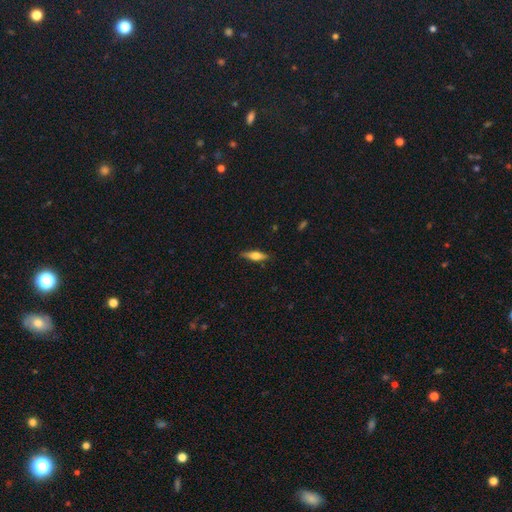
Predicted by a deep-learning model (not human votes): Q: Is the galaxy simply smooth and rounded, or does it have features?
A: smooth — 48%.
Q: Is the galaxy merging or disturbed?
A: none — 85%.